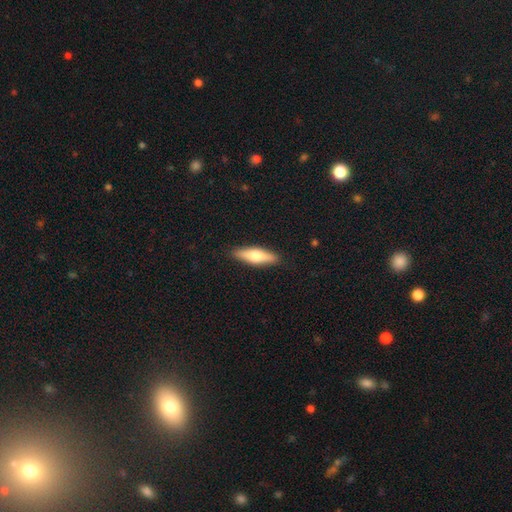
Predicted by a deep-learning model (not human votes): A smooth galaxy with no disk features (59%) that is cigar-shaped (58%). Merging: none (89%).